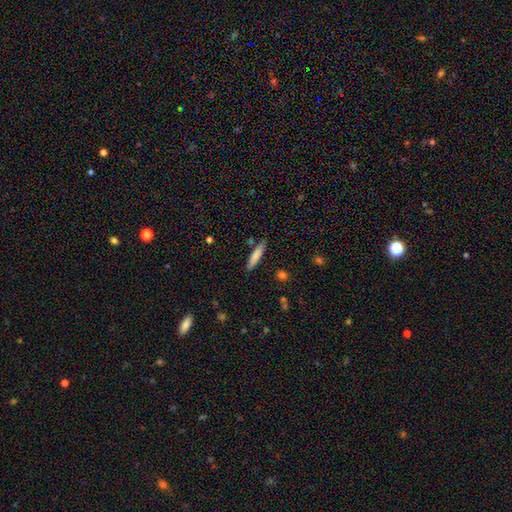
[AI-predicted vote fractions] smooth_or_featured: smooth (p=0.78) [alt: featured or disk p=0.16]
how_rounded: cigar-shaped (p=0.85) [alt: in between p=0.13]
merging: none (p=0.83) [alt: minor disturbance p=0.11]